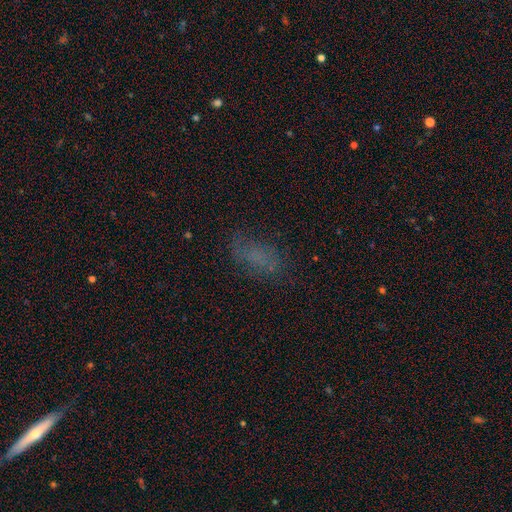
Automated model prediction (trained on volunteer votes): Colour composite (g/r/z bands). It shows a smooth galaxy with no disk features (56%) that is in between round and cigar-shaped (86%). Merging: none (68%).